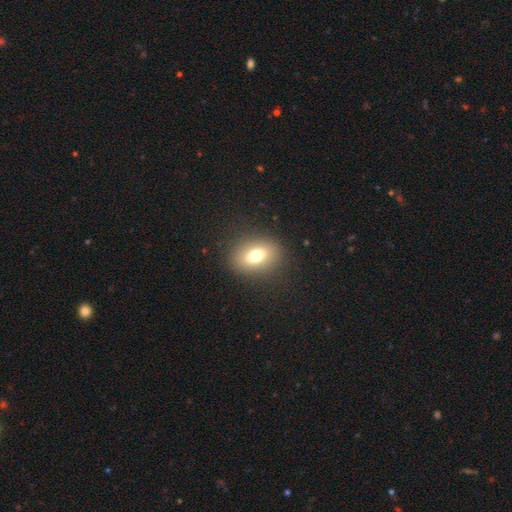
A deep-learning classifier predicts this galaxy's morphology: type=smooth (71%); roundness=in between (72%); merging=none (86%).